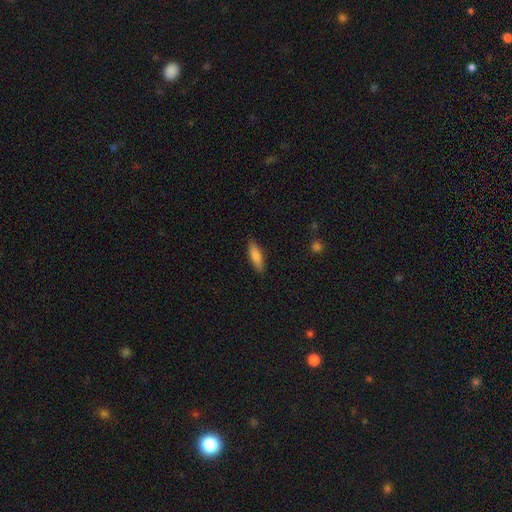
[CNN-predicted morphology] smooth_or_featured: smooth (p=0.78) [alt: featured or disk p=0.16]
how_rounded: cigar-shaped (p=0.55) [alt: in between p=0.43]
merging: none (p=0.87) [alt: minor disturbance p=0.09]